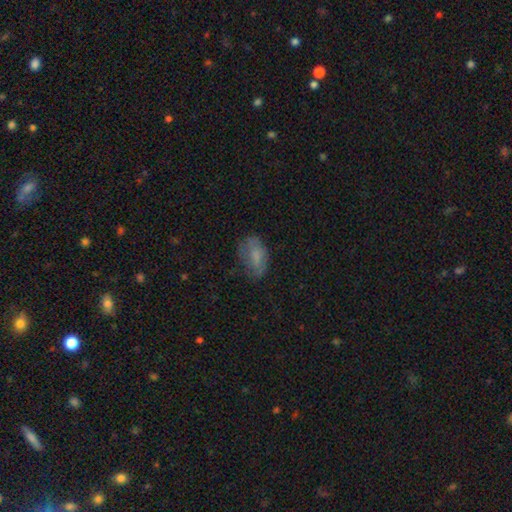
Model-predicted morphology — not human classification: smooth 67%, featured or disk 24%, star or artifact 9%. Down the decision tree: how rounded — in between (89%); merging — none (60%).